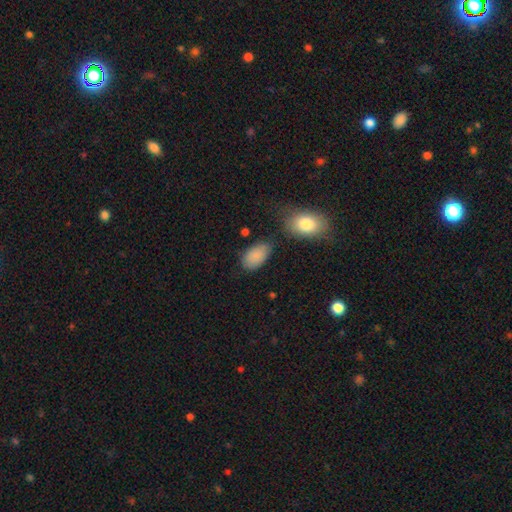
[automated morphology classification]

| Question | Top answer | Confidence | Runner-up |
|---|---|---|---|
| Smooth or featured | smooth | 87% | star or artifact (8%) |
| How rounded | in between | 93% | round (5%) |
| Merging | none | 70% | minor disturbance (19%) |